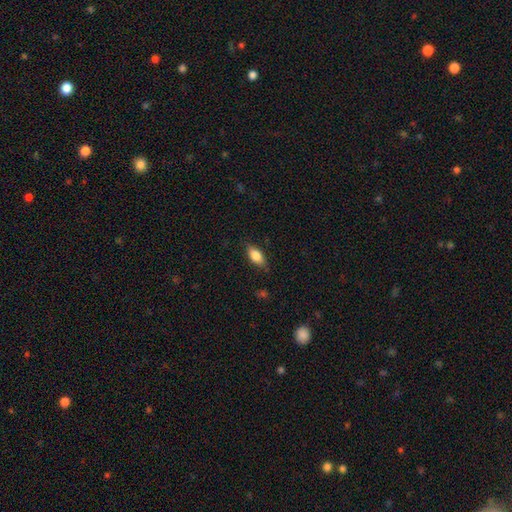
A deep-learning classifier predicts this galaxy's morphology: Smooth or featured? Predicted: smooth (p=0.79). How rounded? Predicted: in between (p=0.85). Merging? Predicted: none (p=0.80).